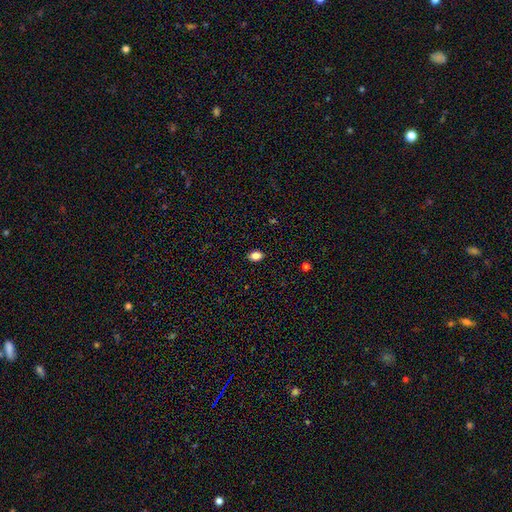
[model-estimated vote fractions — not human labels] Morphology: type=smooth (85%); roundness=in between (78%); merging=none (89%).